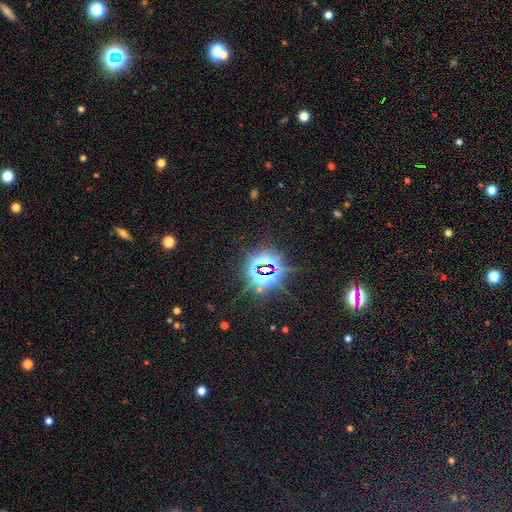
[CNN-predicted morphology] Smooth or featured? star or artifact (83%)